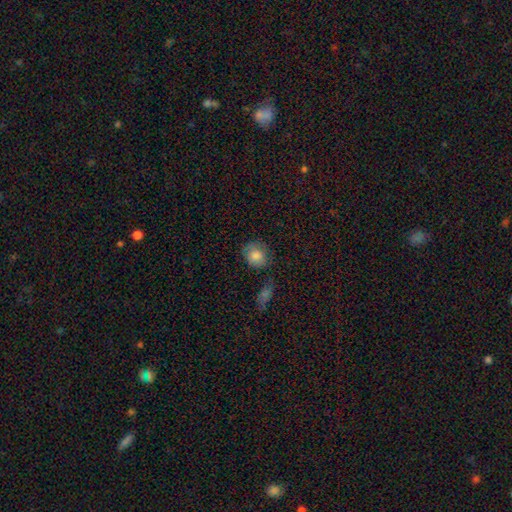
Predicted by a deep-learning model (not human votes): Smooth or featured? smooth (82%)
How rounded? round (73%)
Merging? none (67%)